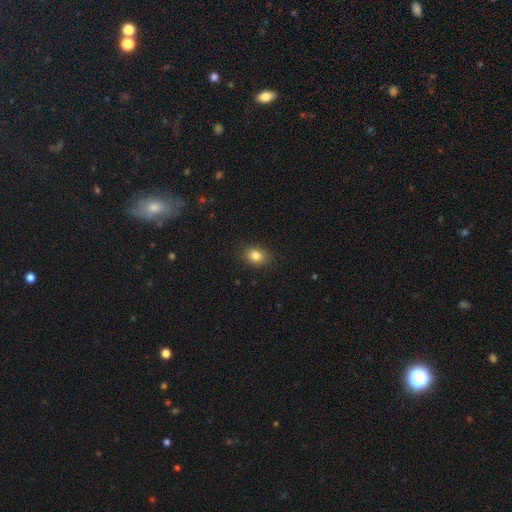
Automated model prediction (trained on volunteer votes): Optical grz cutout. It shows a smooth galaxy with no disk features (83%) that is in between round and cigar-shaped (53%). Merging: none (89%).